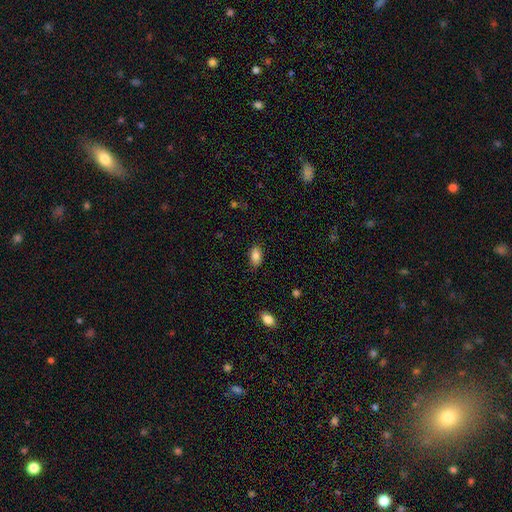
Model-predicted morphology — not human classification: This is clearly a smooth galaxy (85%). How rounded: clearly in between (91%). Merging: clearly none (84%).